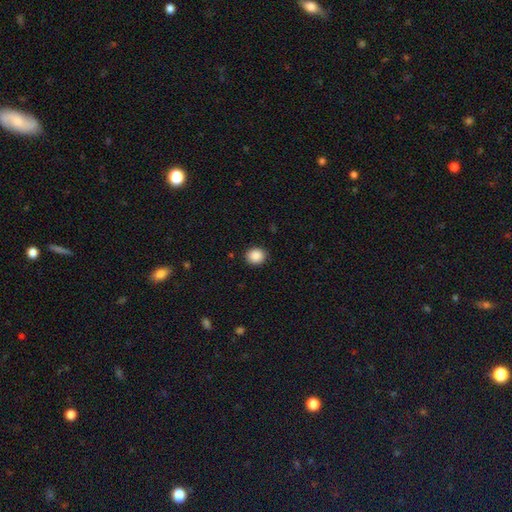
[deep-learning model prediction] smooth_or_featured: smooth (p=0.88) [alt: star or artifact p=0.09]
how_rounded: round (p=0.77) [alt: in between p=0.23]
merging: none (p=0.90) [alt: minor disturbance p=0.07]